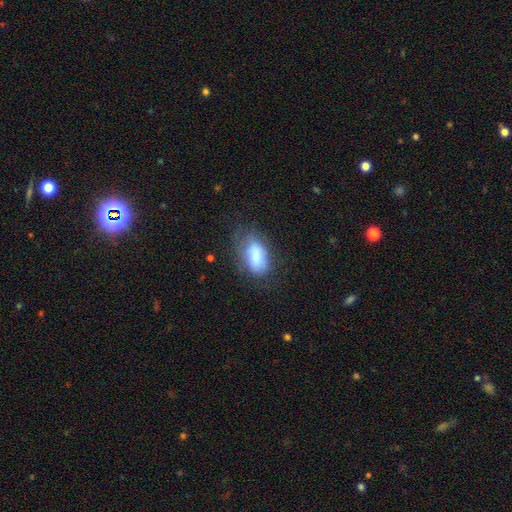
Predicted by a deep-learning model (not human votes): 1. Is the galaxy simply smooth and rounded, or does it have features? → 79% smooth, 13% featured or disk, 8% star or artifact.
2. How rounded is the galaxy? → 92% in between, 5% round, 3% cigar-shaped.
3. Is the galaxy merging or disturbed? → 59% none, 26% minor disturbance, 12% major disturbance, 2% merger.